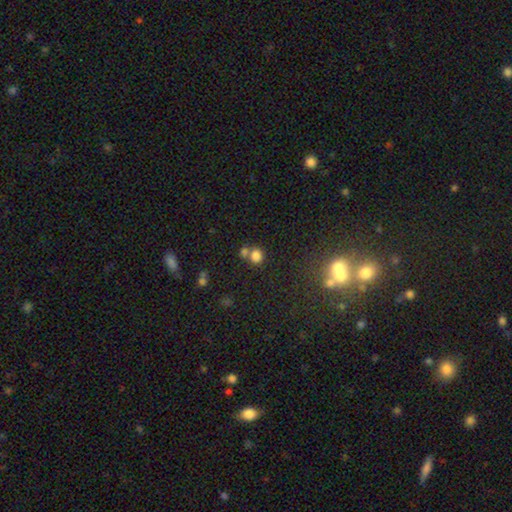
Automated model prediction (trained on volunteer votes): Q: Smooth or featured?
A: smooth (78%); runner-up: star or artifact (14%)
Q: How rounded?
A: round (75%); runner-up: in between (24%)
Q: Merging?
A: none (48%); runner-up: merger (40%)